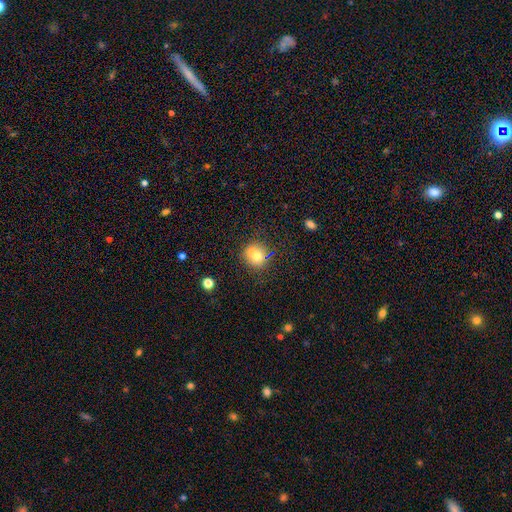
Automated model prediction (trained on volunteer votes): smooth-or-featured: smooth: 69% | featured or disk: 18% | star or artifact: 13%
  how-rounded: round: 83% | in between: 16% | cigar-shaped: 1%
  merging: none: 62% | merger: 20% | minor disturbance: 14% | major disturbance: 4%